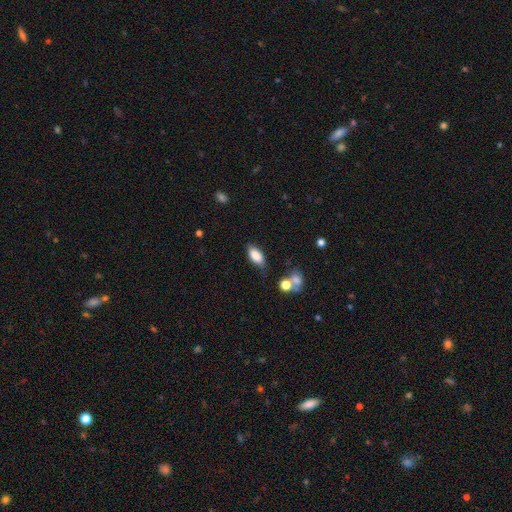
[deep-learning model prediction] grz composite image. It shows a smooth galaxy with no disk features (84%) that is in between round and cigar-shaped (89%). Merging: none (72%).